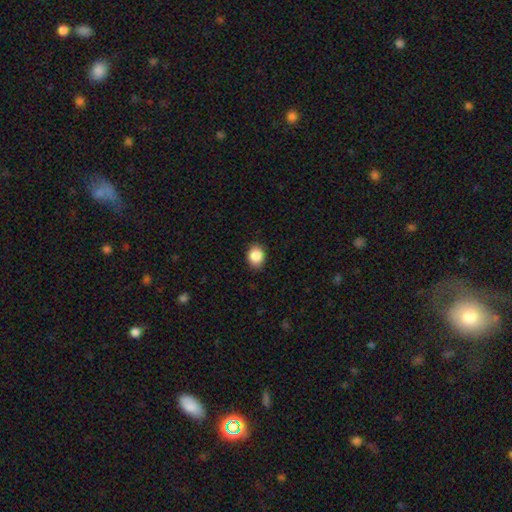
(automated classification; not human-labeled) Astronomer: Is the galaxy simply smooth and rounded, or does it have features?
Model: smooth — 87%.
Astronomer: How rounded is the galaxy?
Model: in between — 51% (runner-up: round, 48%).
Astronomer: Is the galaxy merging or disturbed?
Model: none — 86%.